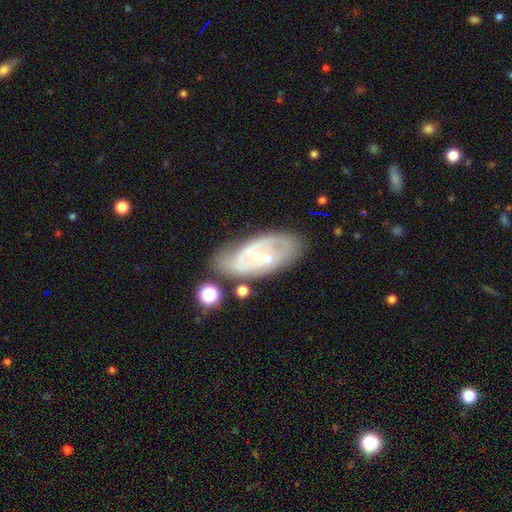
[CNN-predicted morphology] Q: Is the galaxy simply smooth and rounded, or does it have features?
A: featured or disk — 76%.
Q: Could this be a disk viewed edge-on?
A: no — 93%.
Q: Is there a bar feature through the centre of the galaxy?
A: no — 55%.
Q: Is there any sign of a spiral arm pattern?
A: yes — 77%.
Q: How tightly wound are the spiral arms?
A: tight — 49%.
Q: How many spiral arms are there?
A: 2 — 51%.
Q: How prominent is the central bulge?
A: small — 74%.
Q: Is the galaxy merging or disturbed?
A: none — 60%.